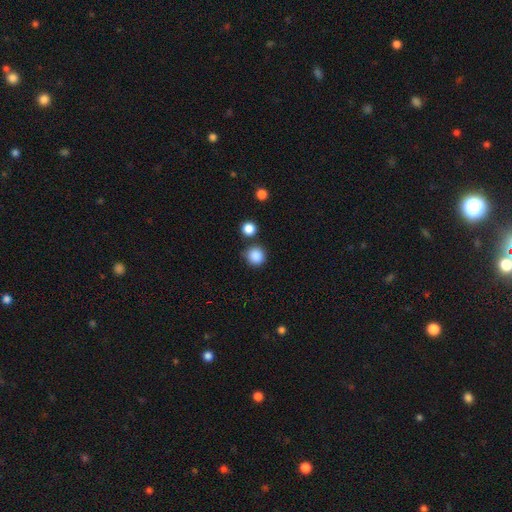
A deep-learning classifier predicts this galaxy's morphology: Smooth or featured: smooth — 87% (star or artifact — 10%)
How rounded: round — 93% (in between — 6%)
Merging: none — 80% (minor disturbance — 10%)